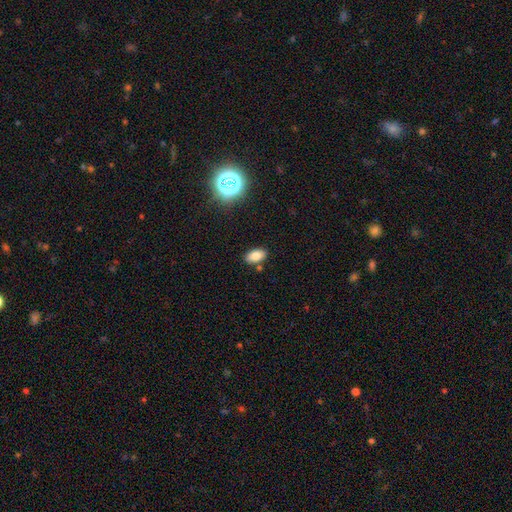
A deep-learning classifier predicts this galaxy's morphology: This appears to be a smooth galaxy with no disk features (80%) that is in between round and cigar-shaped (92%). Merging: none (84%).